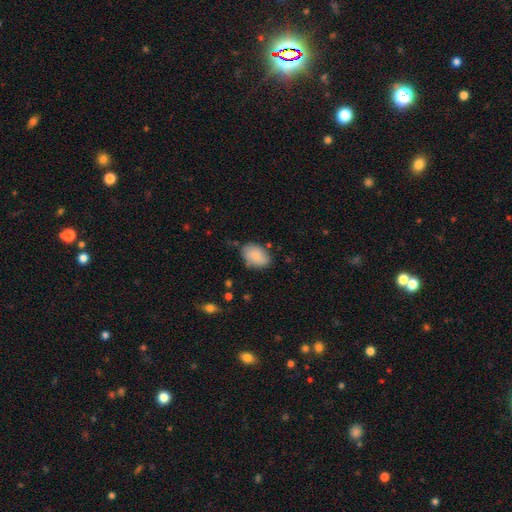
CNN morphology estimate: smooth-or-featured: smooth: 86% | featured or disk: 8% | star or artifact: 7%
  how-rounded: in between: 86% | round: 13% | cigar-shaped: 1%
  merging: none: 69% | minor disturbance: 23% | major disturbance: 5% | merger: 3%